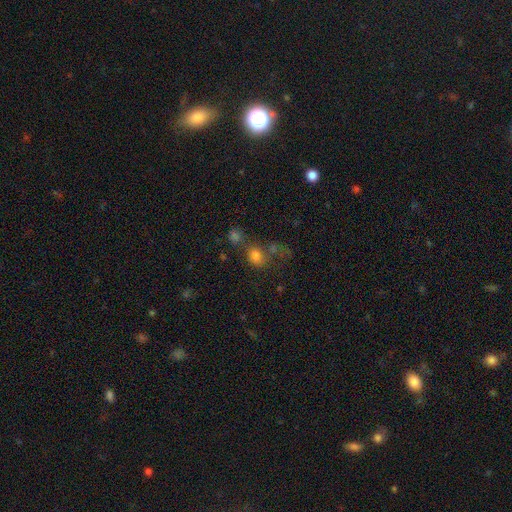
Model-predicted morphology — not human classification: Smooth or featured? Predicted: smooth (p=0.73). How rounded? Predicted: round (p=0.57). Merging? Predicted: none (p=0.42).